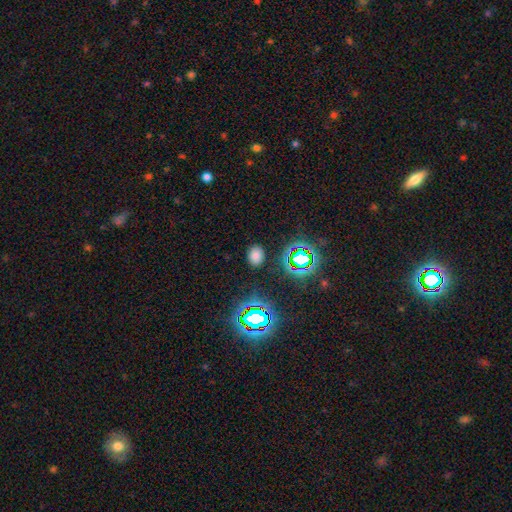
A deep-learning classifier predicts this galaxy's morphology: Overall: smooth (69%). How rounded: in between (57%; round 42%). Merging: none (86%).